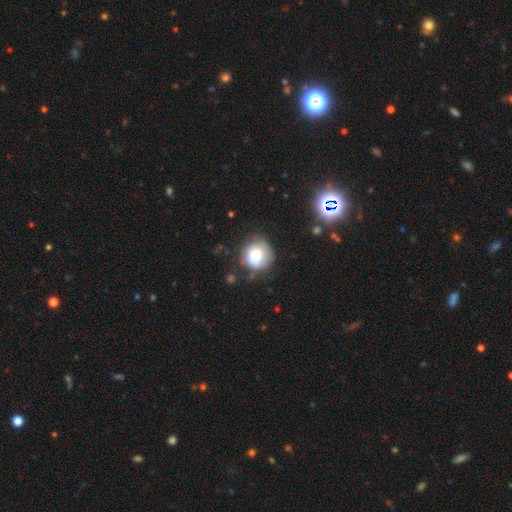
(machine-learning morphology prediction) smooth-or-featured: smooth: 72% | featured or disk: 18% | star or artifact: 10%
  how-rounded: round: 87% | in between: 12% | cigar-shaped: 1%
  merging: none: 62% | minor disturbance: 24% | major disturbance: 9% | merger: 5%